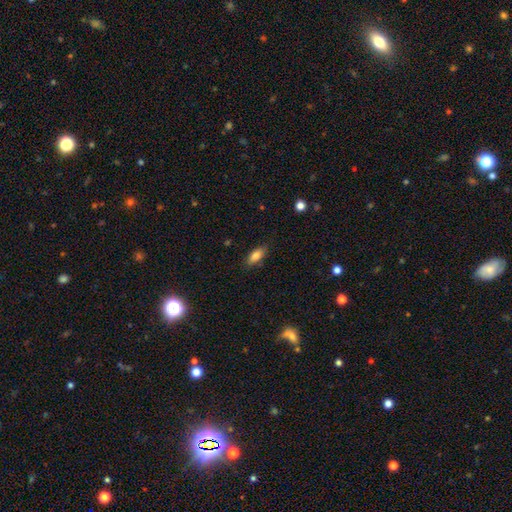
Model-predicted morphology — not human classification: smooth-or-featured: smooth: 80% | featured or disk: 12% | star or artifact: 7%
  how-rounded: in between: 79% | cigar-shaped: 19% | round: 3%
  merging: none: 82% | minor disturbance: 14% | major disturbance: 3% | merger: 1%